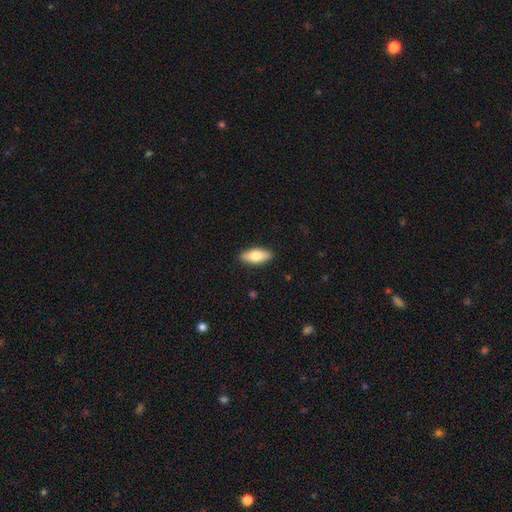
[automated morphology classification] Smooth or featured?
  - smooth: 71% *
  - featured or disk: 24%
  - star or artifact: 6%
How rounded?
  - in between: 81% *
  - cigar-shaped: 17%
  - round: 3%
Merging?
  - none: 89% *
  - minor disturbance: 8%
  - major disturbance: 2%
  - merger: 1%